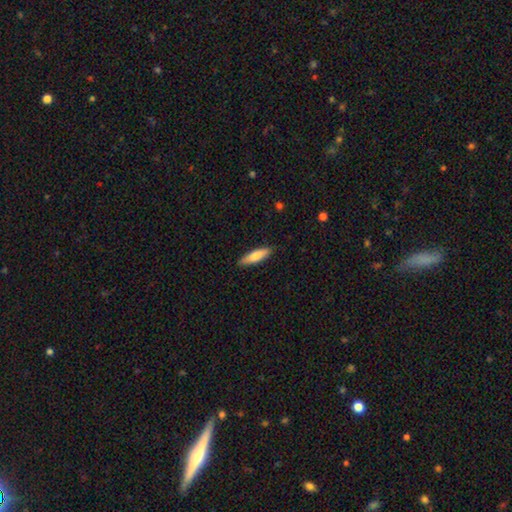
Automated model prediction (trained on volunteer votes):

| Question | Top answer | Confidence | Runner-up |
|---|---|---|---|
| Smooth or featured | smooth | 76% | featured or disk (18%) |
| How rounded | cigar-shaped | 63% | in between (35%) |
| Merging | none | 88% | minor disturbance (9%) |